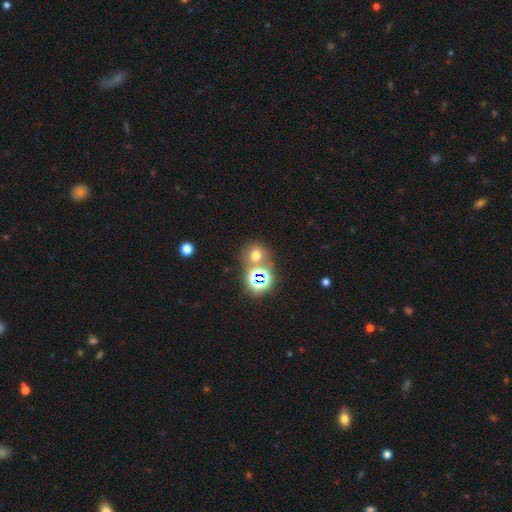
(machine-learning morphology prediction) smooth_or_featured: smooth (p=0.57) [alt: star or artifact p=0.34]
how_rounded: round (p=0.82) [alt: in between p=0.17]
merging: none (p=0.64) [alt: merger p=0.23]